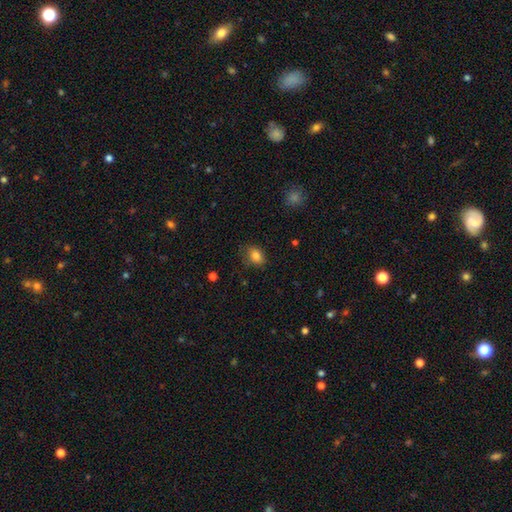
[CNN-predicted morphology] This is clearly a smooth galaxy (83%). How rounded: likely in between (74%). Merging: likely none (73%).